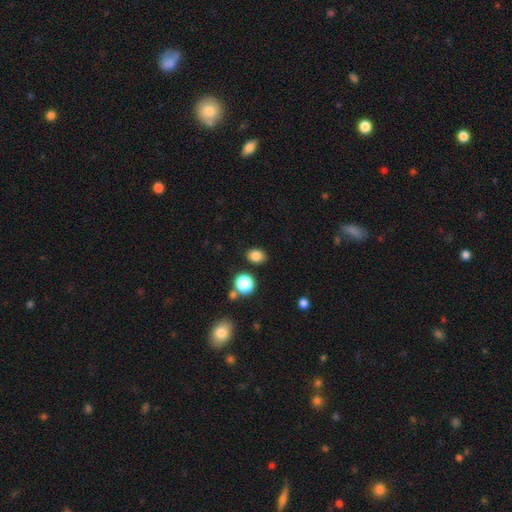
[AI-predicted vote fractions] Smooth or featured? smooth (83%)
How rounded? in between (58%)
Merging? none (84%)